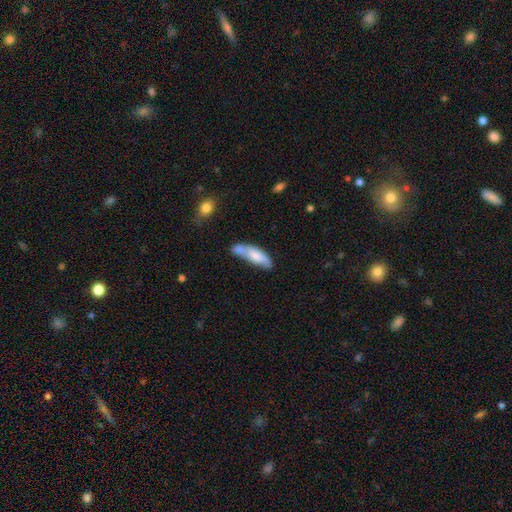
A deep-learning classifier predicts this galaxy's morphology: Smooth or featured? smooth (70%)
How rounded? in between (52%)
Merging? merger (38%)